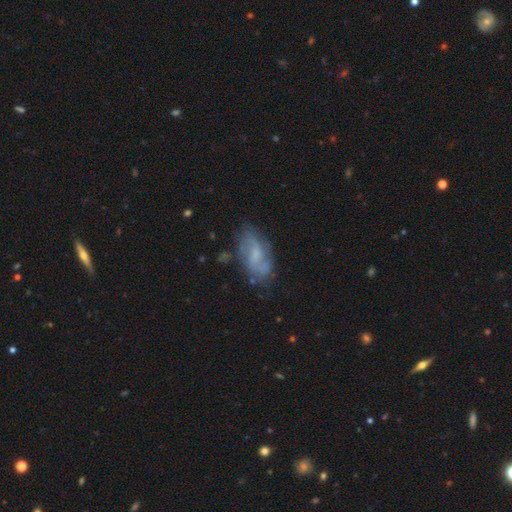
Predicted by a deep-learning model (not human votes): Smooth or featured? Predicted: featured or disk (p=0.62). Edge-on disk? Predicted: no (p=0.93). Bar? Predicted: weak (p=0.47). Spiral arms? Predicted: yes (p=0.82). Bulge size? Predicted: small (p=0.39). Merging? Predicted: none (p=0.67).